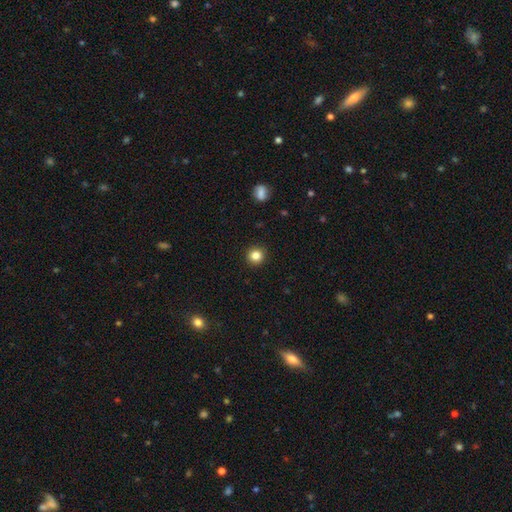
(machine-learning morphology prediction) A smooth galaxy with no disk features (84%) that is round (92%).

Vote fractions:
- Smooth or featured? smooth: 84% / star or artifact: 11% / featured or disk: 5%
- How rounded? round: 92% / in between: 7% / cigar-shaped: 1%
- Merging? none: 92% / minor disturbance: 5% / major disturbance: 2% / merger: 1%